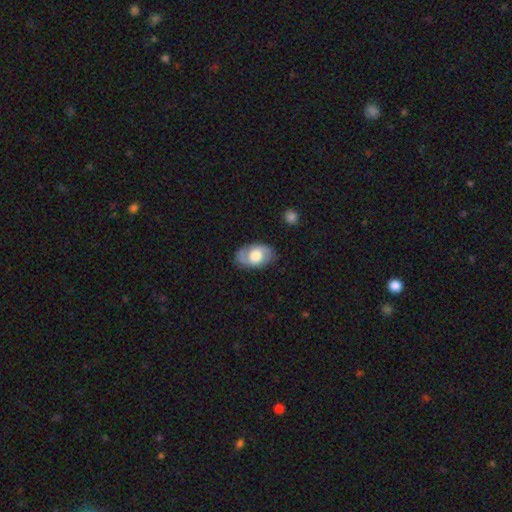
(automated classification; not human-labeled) A featured or disk galaxy (57%) with no bar (68%), spiral arms (71%) and a large central bulge (51%).

Vote fractions:
- Smooth or featured? featured or disk: 57% / smooth: 37% / star or artifact: 6%
- Edge-on disk? no: 94% / yes: 6%
- Bar? no: 68% / weak: 26% / strong: 5%
- Spiral arms? yes: 71% / no: 29%
- Bulge size? large: 51% / moderate: 38% / dominant: 5% / small: 5% / none: 2%
- Merging? none: 78% / minor disturbance: 16% / major disturbance: 5% / merger: 1%